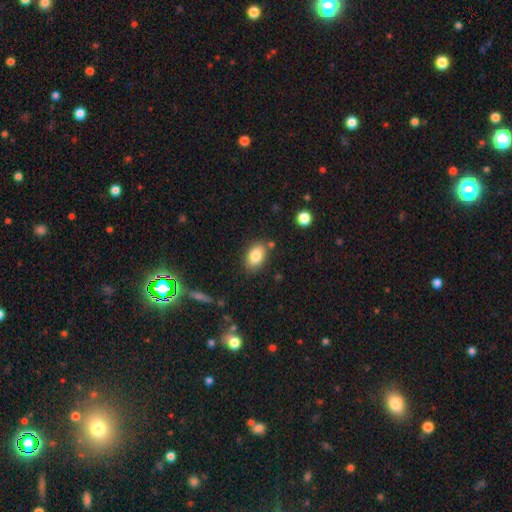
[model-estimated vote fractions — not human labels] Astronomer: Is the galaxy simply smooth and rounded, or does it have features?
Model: smooth — 83%.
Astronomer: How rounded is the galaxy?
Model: in between — 87%.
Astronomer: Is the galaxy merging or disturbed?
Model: none — 80%.